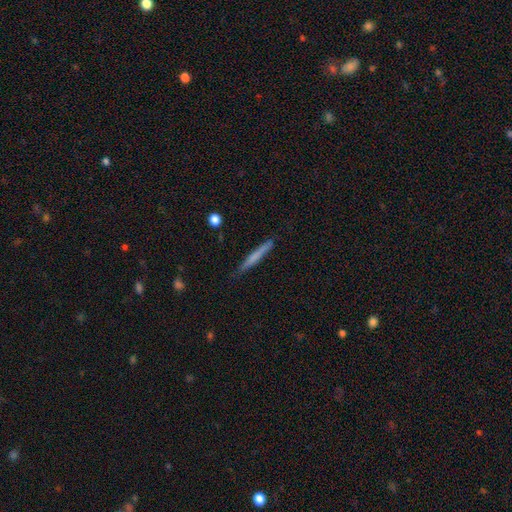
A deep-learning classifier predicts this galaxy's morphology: A smooth galaxy with no disk features (62%) that is cigar-shaped (96%). Merging: none (84%).